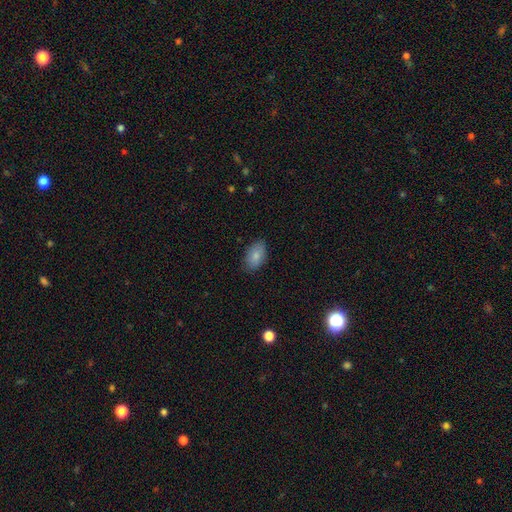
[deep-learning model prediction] smooth_or_featured: smooth (p=0.84) [alt: featured or disk p=0.09]
how_rounded: in between (p=0.91) [alt: round p=0.07]
merging: none (p=0.83) [alt: minor disturbance p=0.14]